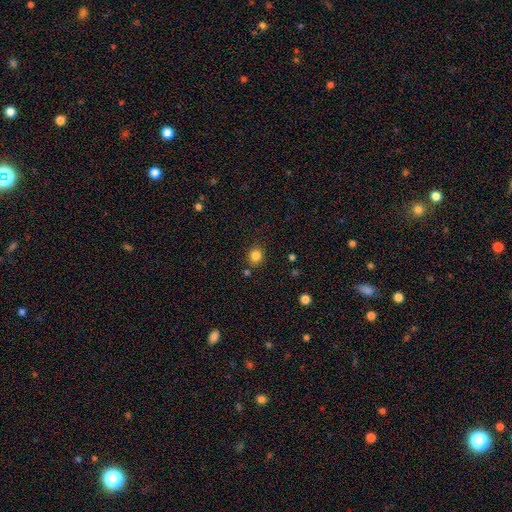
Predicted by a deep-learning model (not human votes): A smooth galaxy with no disk features (83%) that is round (83%).

Vote fractions:
- Smooth or featured? smooth: 83% / star or artifact: 12% / featured or disk: 5%
- How rounded? round: 83% / in between: 16% / cigar-shaped: 1%
- Merging? none: 84% / minor disturbance: 9% / merger: 5% / major disturbance: 3%